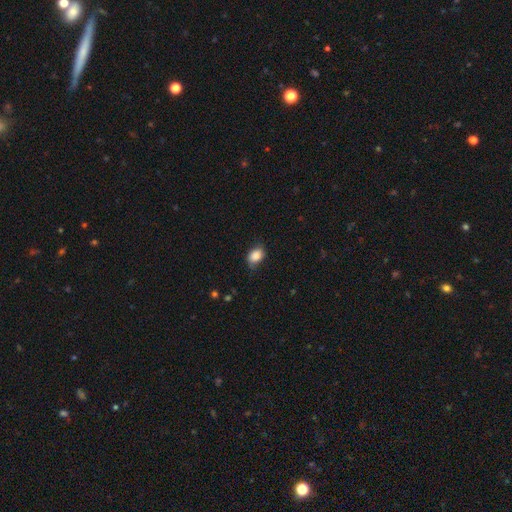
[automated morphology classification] A smooth galaxy with no disk features (85%) that is in between round and cigar-shaped (73%). Merging: none (68%).